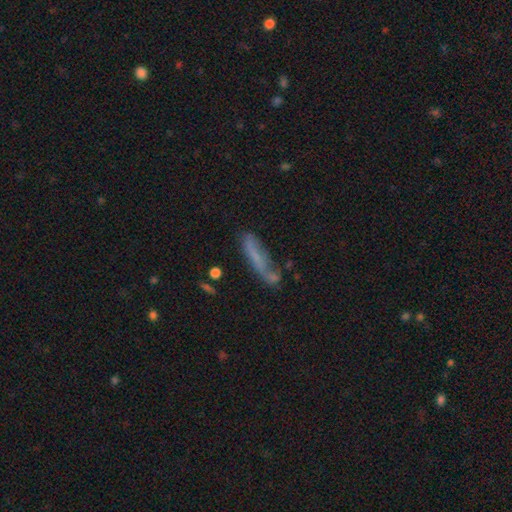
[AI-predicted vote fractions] smooth_or_featured: smooth (p=0.58) [alt: featured or disk p=0.31]
how_rounded: cigar-shaped (p=0.81) [alt: in between p=0.17]
merging: none (p=0.46) [alt: minor disturbance p=0.25]